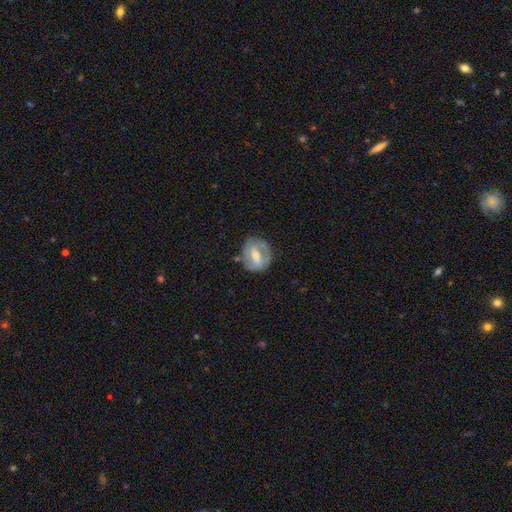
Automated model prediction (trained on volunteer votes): Smooth or featured? Predicted: featured or disk (p=0.56). Edge-on disk? Predicted: no (p=0.95). Bar? Predicted: weak (p=0.40). Spiral arms? Predicted: no (p=0.54). Bulge size? Predicted: moderate (p=0.50). Merging? Predicted: none (p=0.65).